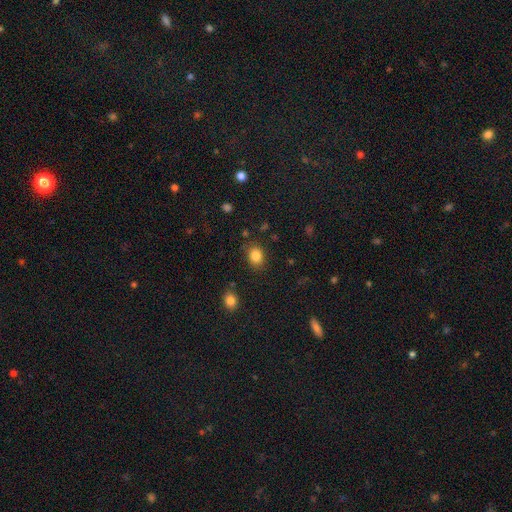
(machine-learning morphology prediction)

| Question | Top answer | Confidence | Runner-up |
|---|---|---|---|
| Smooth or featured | smooth | 85% | star or artifact (10%) |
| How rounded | round | 50% | in between (49%) |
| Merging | none | 81% | minor disturbance (12%) |